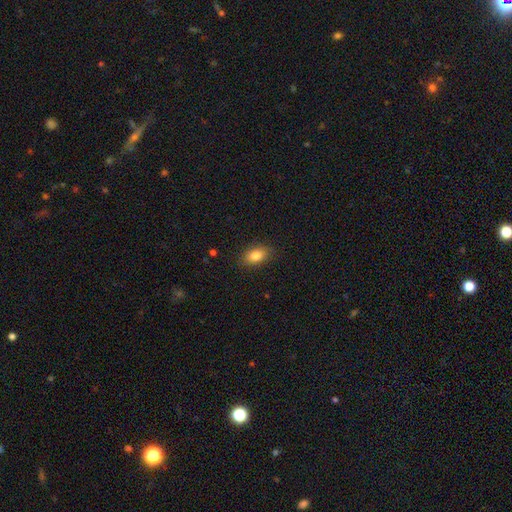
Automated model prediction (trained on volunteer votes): This appears to be a smooth galaxy with no disk features (84%) that is in between round and cigar-shaped (87%). Merging: none (86%).